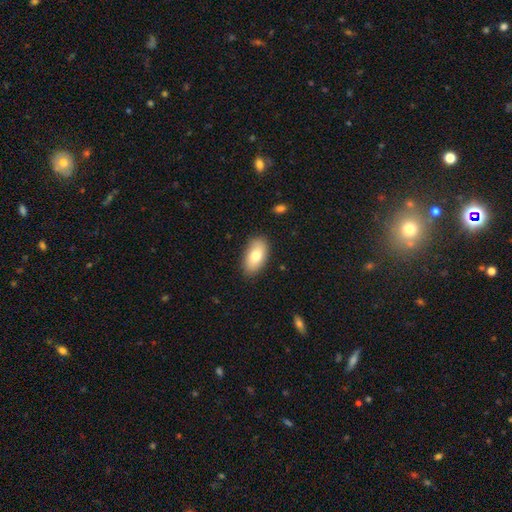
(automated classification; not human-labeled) Morphology: type=smooth (77%); roundness=in between (93%); merging=none (85%).